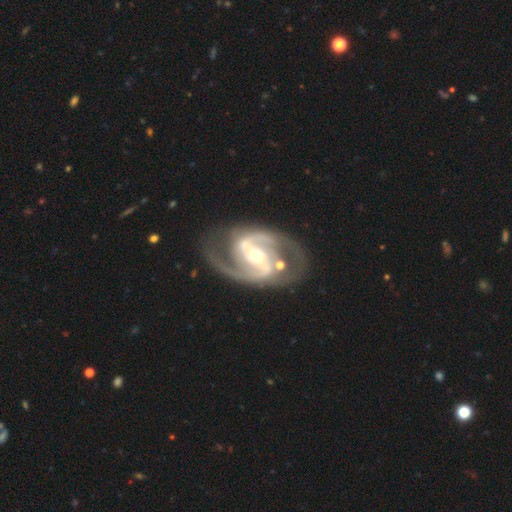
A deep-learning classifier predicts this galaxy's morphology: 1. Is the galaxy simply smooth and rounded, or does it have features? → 92% featured or disk, 5% star or artifact, 4% smooth.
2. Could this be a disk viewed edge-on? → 97% no, 3% yes.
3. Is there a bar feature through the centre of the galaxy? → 51% strong, 33% weak, 17% no.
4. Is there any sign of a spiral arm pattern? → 98% yes, 2% no.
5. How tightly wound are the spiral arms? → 61% medium, 21% tight, 18% loose.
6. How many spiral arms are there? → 91% 2, 3% 3, 2% can't tell, 1% 1, 1% 4, 1% more than 4.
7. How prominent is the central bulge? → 48% small, 47% moderate, 3% large, 1% none, 1% dominant.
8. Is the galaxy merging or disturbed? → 72% none, 15% minor disturbance, 8% major disturbance, 4% merger.